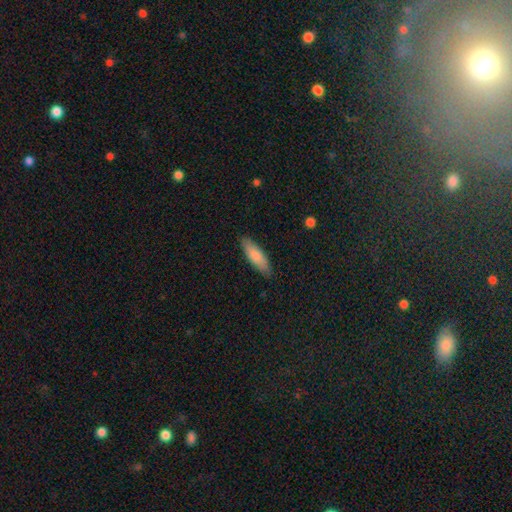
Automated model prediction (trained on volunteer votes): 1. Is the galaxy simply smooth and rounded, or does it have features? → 81% smooth, 13% featured or disk, 5% star or artifact.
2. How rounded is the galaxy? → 51% cigar-shaped, 48% in between, 2% round.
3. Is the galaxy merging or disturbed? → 87% none, 10% minor disturbance, 2% major disturbance, 1% merger.